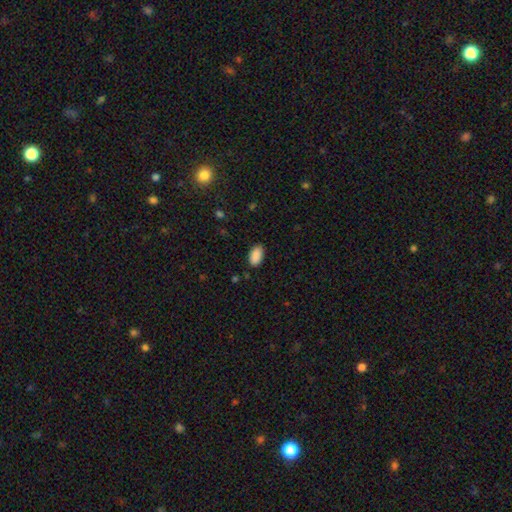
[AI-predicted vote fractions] This appears to be a smooth galaxy with no disk features (90%) that is in between round and cigar-shaped (95%). Merging: none (87%).